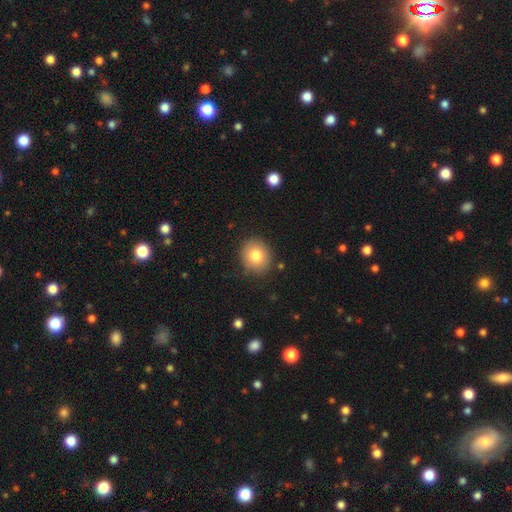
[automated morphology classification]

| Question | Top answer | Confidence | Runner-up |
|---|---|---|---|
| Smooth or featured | smooth | 79% | featured or disk (12%) |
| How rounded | round | 78% | in between (21%) |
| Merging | none | 86% | minor disturbance (10%) |